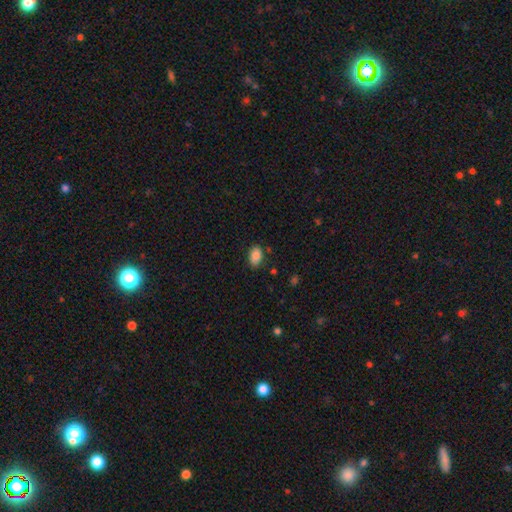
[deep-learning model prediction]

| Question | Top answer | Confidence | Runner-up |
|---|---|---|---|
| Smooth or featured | smooth | 86% | star or artifact (8%) |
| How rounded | in between | 89% | round (9%) |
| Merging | none | 83% | minor disturbance (13%) |